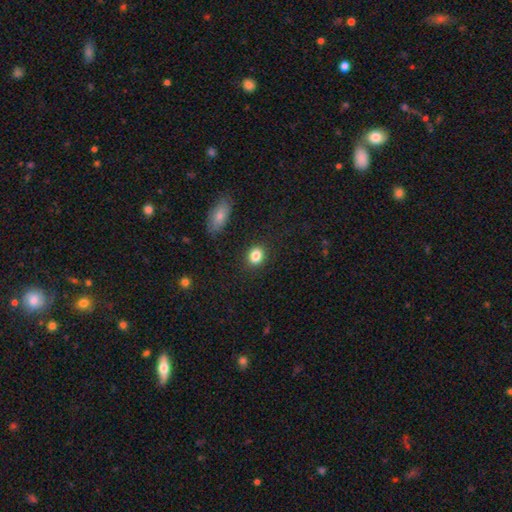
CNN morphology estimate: Q: Smooth or featured?
A: smooth (85%); runner-up: star or artifact (9%)
Q: How rounded?
A: round (52%); runner-up: in between (47%)
Q: Merging?
A: none (88%); runner-up: minor disturbance (8%)